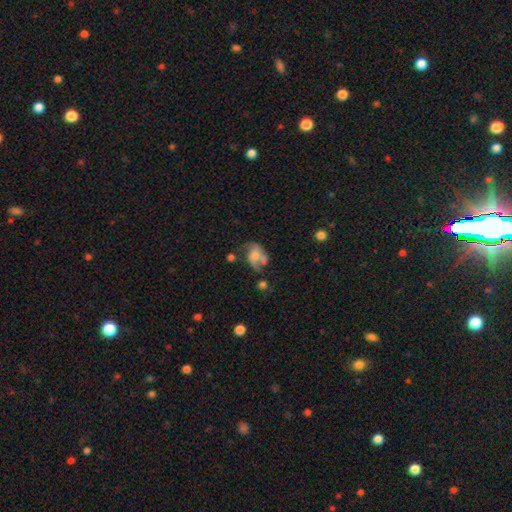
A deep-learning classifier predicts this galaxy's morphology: Smooth or featured?
  - featured or disk: 53% *
  - smooth: 37%
  - star or artifact: 10%
Edge-on disk?
  - no: 97% *
  - yes: 3%
Bar?
  - no: 74% *
  - weak: 21%
  - strong: 5%
Spiral arms?
  - yes: 62% *
  - no: 38%
Bulge size?
  - moderate: 33% *
  - small: 28%
  - none: 26%
  - large: 11%
  - dominant: 2%
Merging?
  - major disturbance: 30% * (tied)
  - none: 30% * (tied)
  - minor disturbance: 22%
  - merger: 19%